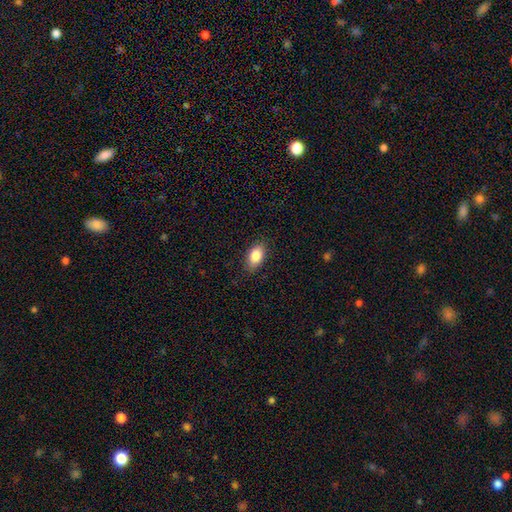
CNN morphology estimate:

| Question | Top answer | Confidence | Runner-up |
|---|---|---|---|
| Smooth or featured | smooth | 86% | star or artifact (7%) |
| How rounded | in between | 90% | round (8%) |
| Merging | none | 86% | minor disturbance (11%) |